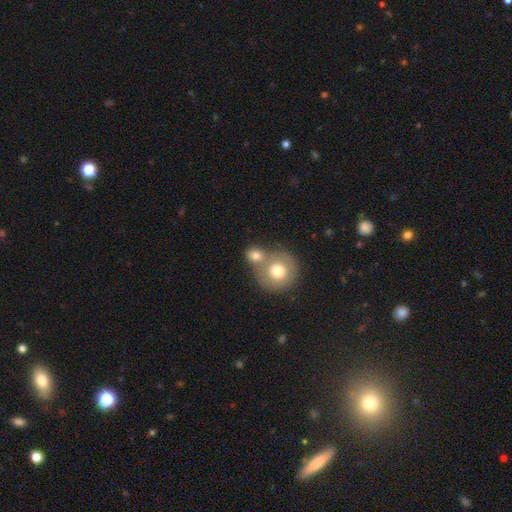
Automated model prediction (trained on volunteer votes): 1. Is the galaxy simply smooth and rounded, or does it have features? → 77% smooth, 15% featured or disk, 8% star or artifact.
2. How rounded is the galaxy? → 78% round, 20% in between, 1% cigar-shaped.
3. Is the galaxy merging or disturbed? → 55% merger, 34% none, 8% minor disturbance, 4% major disturbance.